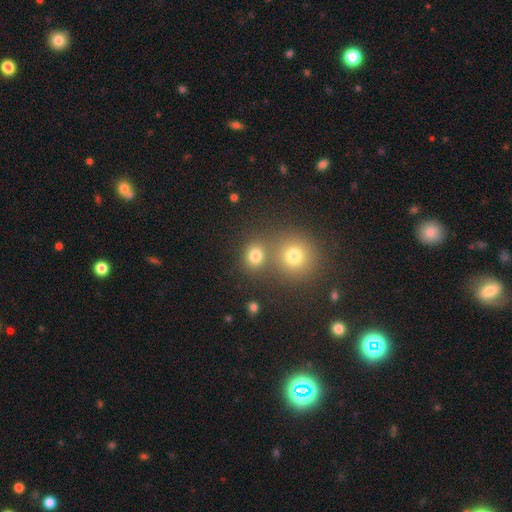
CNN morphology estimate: Overall: smooth (77%). How rounded: round (78%). Merging: none (60%; merger 29%).